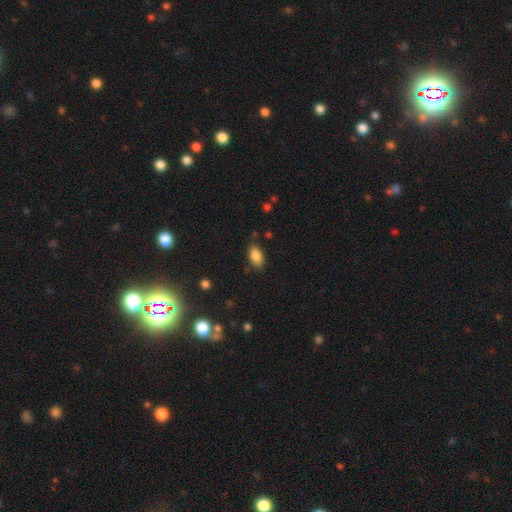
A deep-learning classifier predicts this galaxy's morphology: This is clearly a smooth galaxy (85%). How rounded: clearly in between (91%). Merging: clearly none (80%).